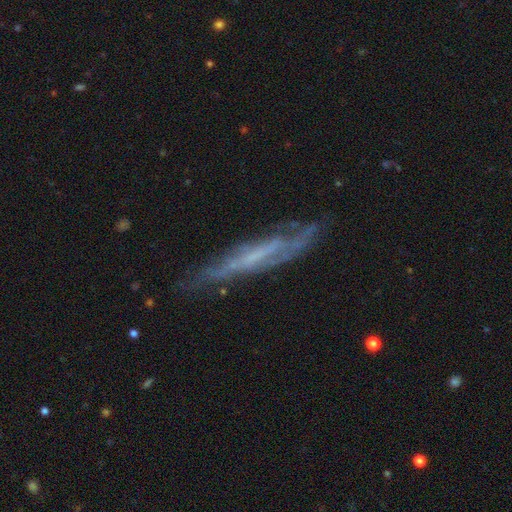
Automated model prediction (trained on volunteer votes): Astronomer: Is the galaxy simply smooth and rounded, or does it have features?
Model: featured or disk — 70%.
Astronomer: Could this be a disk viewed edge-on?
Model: yes — 68%.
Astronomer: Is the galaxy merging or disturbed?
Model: none — 66%.